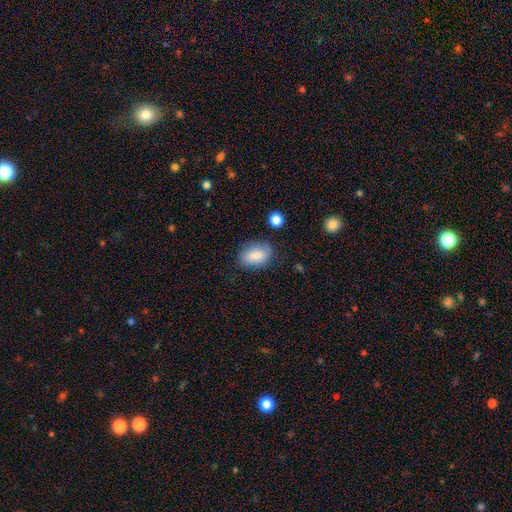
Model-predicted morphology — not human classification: This is clearly a smooth galaxy (83%). How rounded: clearly in between (86%). Merging: likely none (78%).